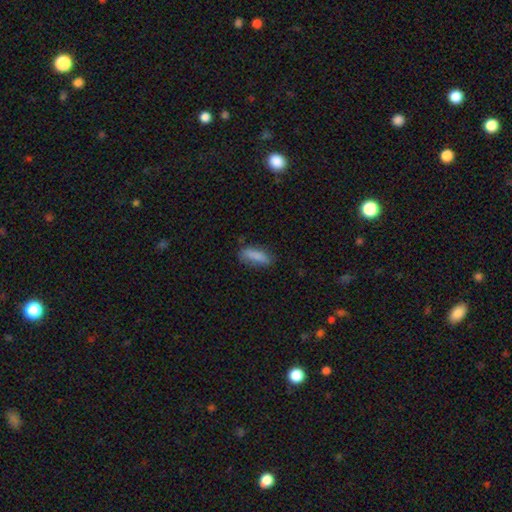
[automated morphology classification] This is clearly a smooth galaxy (84%). How rounded: possibly in between (57%). Merging: likely none (70%).